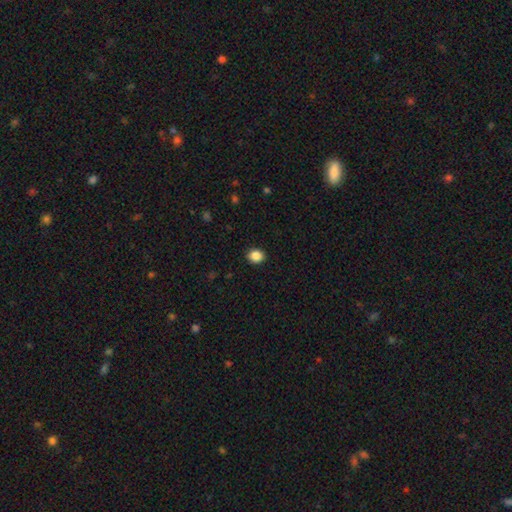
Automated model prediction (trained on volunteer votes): Morphology: type=smooth (87%); roundness=round (69%); merging=none (91%).